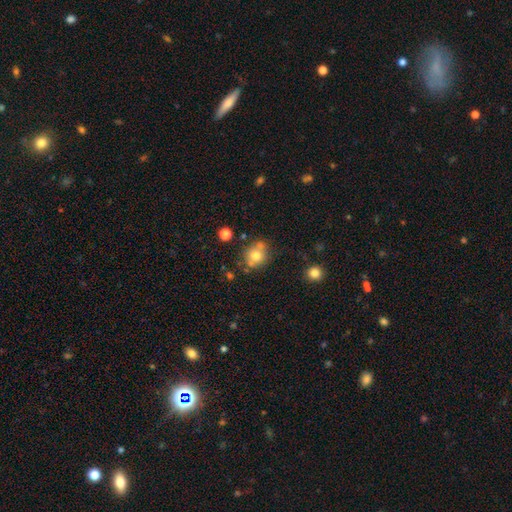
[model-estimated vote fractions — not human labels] This appears to be a smooth galaxy with no disk features (73%) that is round (78%). Merging: none (63%).